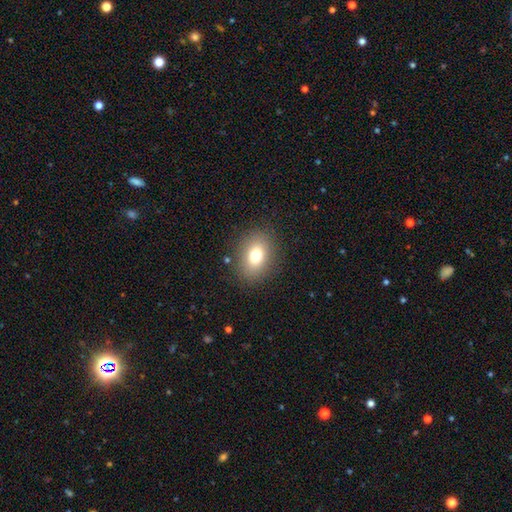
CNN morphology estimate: Smooth or featured? smooth (78%)
How rounded? in between (71%)
Merging? none (86%)